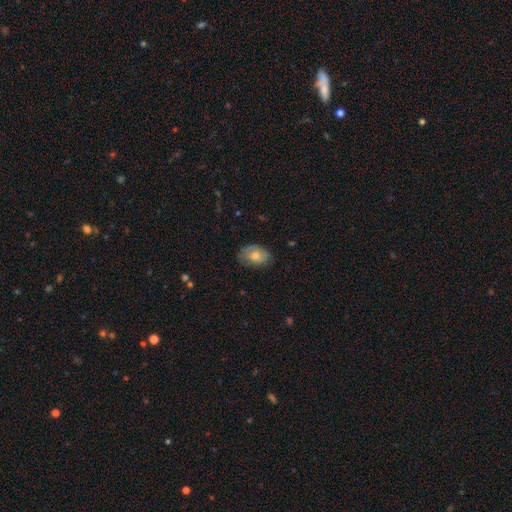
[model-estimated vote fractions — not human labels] Smooth or featured?
  - smooth: 64% *
  - featured or disk: 28%
  - star or artifact: 7%
How rounded?
  - in between: 84% *
  - round: 15%
  - cigar-shaped: 1%
Merging?
  - none: 69% *
  - minor disturbance: 24%
  - major disturbance: 6%
  - merger: 1%